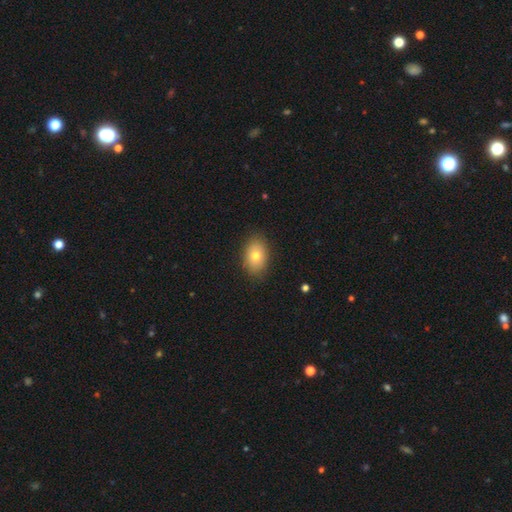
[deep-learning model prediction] Smooth or featured? Predicted: smooth (p=0.77). How rounded? Predicted: in between (p=0.80). Merging? Predicted: none (p=0.86).